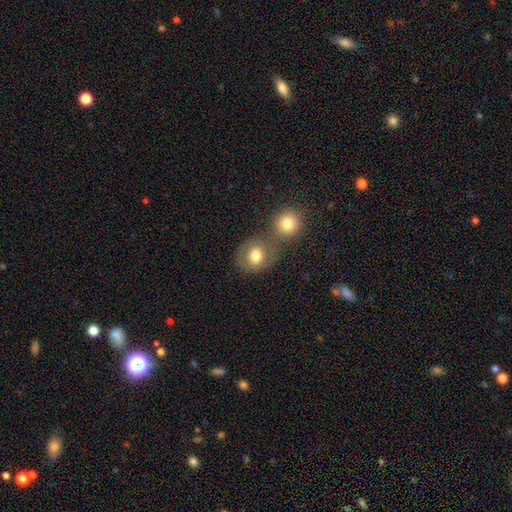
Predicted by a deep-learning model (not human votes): Smooth or featured?
  - smooth: 77% *
  - featured or disk: 14%
  - star or artifact: 9%
How rounded?
  - round: 69% *
  - in between: 30%
  - cigar-shaped: 1%
Merging?
  - none: 43% *
  - merger: 42%
  - minor disturbance: 10%
  - major disturbance: 5%